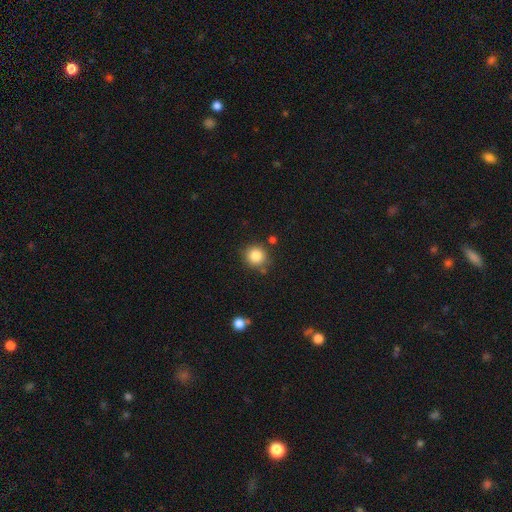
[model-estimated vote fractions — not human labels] A smooth galaxy with no disk features (84%) that is round (91%).

Vote fractions:
- Smooth or featured? smooth: 84% / star or artifact: 10% / featured or disk: 5%
- How rounded? round: 91% / in between: 8% / cigar-shaped: 1%
- Merging? none: 81% / minor disturbance: 10% / merger: 6% / major disturbance: 3%